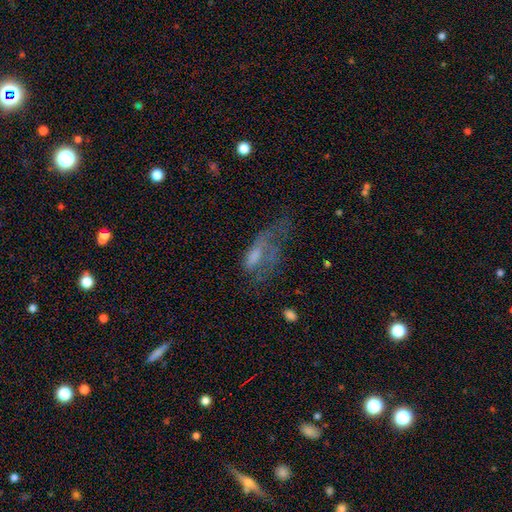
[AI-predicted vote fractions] smooth_or_featured: featured or disk (p=0.44) [tied with: smooth p=0.44]
merging: major disturbance (p=0.52) [alt: none p=0.24]